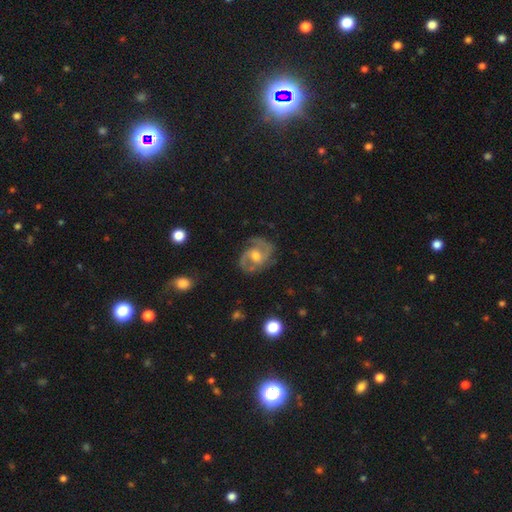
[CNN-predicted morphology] Smooth or featured? Predicted: featured or disk (p=0.87). Edge-on disk? Predicted: no (p=0.98). Bar? Predicted: no (p=0.47). Spiral arms? Predicted: yes (p=0.97). Spiral winding? Predicted: medium (p=0.57). Spiral arm count? Predicted: 2 (p=0.80). Bulge size? Predicted: moderate (p=0.64). Merging? Predicted: none (p=0.76).